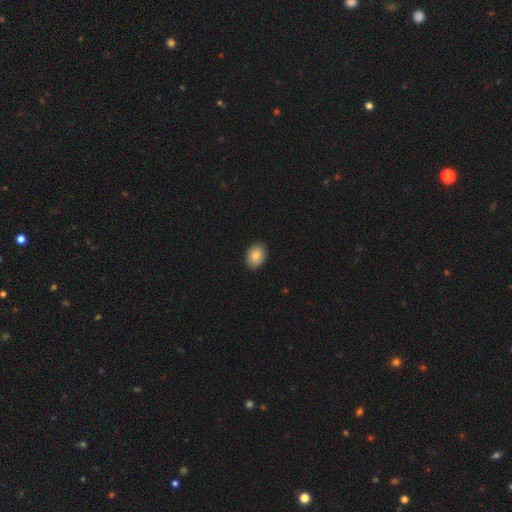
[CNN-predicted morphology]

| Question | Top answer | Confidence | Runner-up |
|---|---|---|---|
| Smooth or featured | smooth | 87% | star or artifact (7%) |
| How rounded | in between | 76% | round (23%) |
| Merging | none | 90% | minor disturbance (7%) |